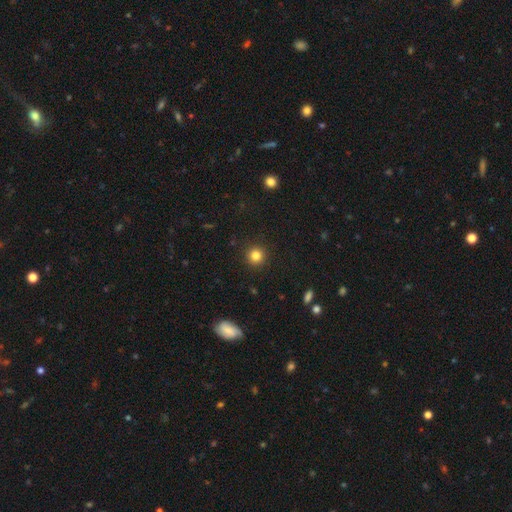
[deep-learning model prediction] This appears to be a smooth galaxy with no disk features (83%) that is round (94%). Merging: none (92%).